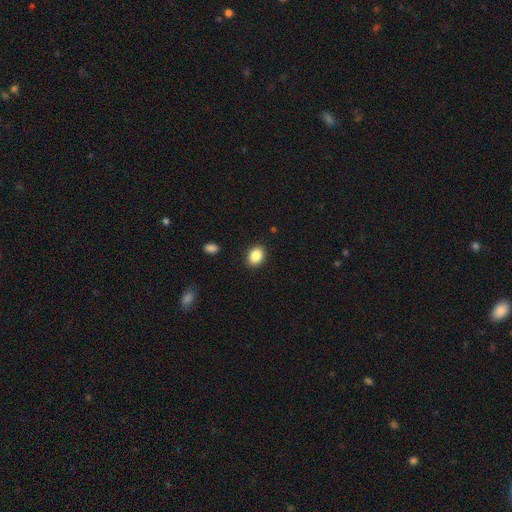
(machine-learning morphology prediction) Q: Smooth or featured?
A: smooth (87%); runner-up: star or artifact (8%)
Q: How rounded?
A: in between (62%); runner-up: round (37%)
Q: Merging?
A: none (89%); runner-up: minor disturbance (8%)